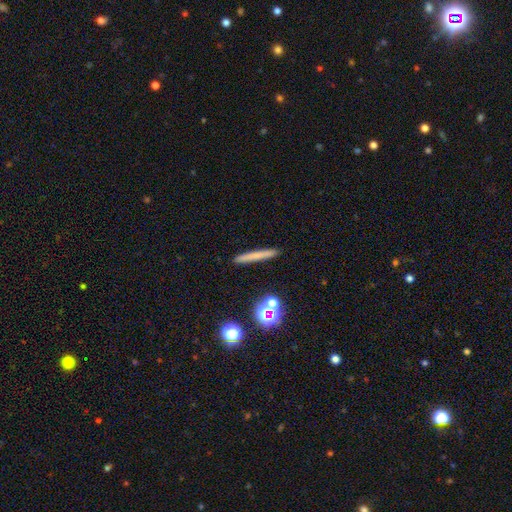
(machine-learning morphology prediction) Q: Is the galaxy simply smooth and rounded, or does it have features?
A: smooth — 63%.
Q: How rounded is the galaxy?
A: cigar-shaped — 94%.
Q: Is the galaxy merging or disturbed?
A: none — 91%.